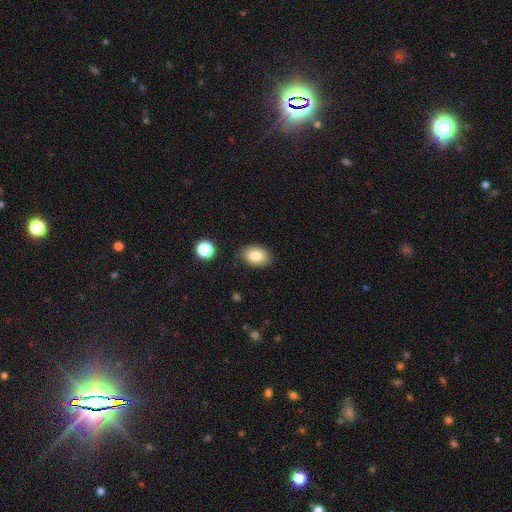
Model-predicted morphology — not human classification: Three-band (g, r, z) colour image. It shows a smooth galaxy with no disk features (83%) that is in between round and cigar-shaped (86%). Merging: none (85%).